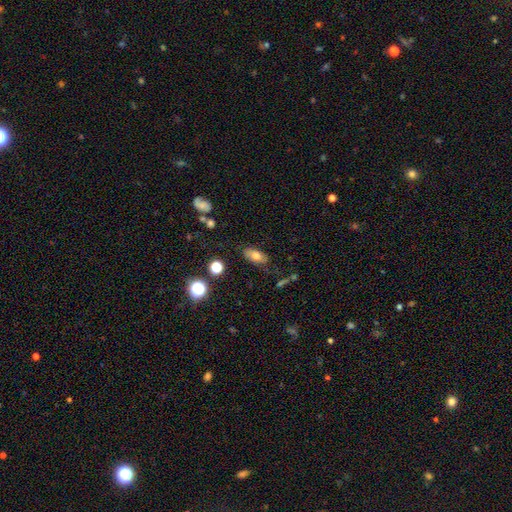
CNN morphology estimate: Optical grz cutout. It shows a smooth galaxy with no disk features (69%) that is in between round and cigar-shaped (89%). Merging: none (77%).